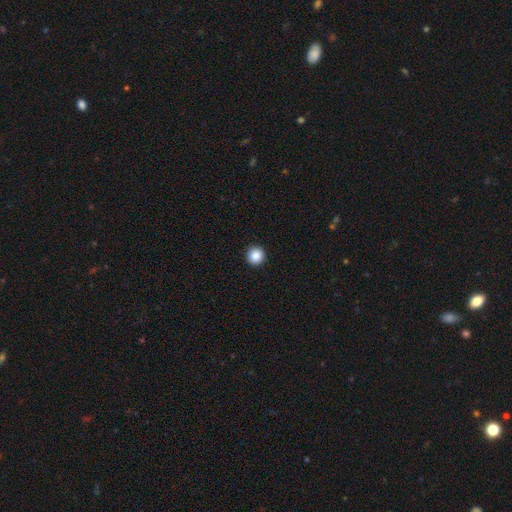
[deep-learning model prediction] Smooth or featured: smooth — 88% (star or artifact — 9%)
How rounded: round — 96% (in between — 3%)
Merging: none — 94% (minor disturbance — 4%)